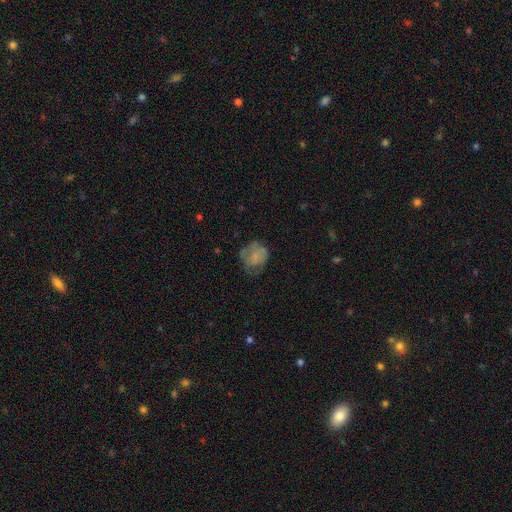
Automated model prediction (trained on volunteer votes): Q: Smooth or featured?
A: smooth (59%); runner-up: featured or disk (30%)
Q: How rounded?
A: round (71%); runner-up: in between (28%)
Q: Merging?
A: none (50%); runner-up: minor disturbance (28%)